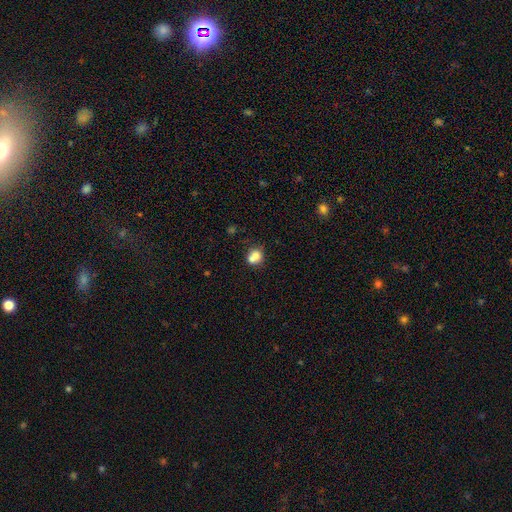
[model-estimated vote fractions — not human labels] A smooth galaxy with no disk features (74%) that is round (68%).

Vote fractions:
- Smooth or featured? smooth: 74% / featured or disk: 15% / star or artifact: 11%
- How rounded? round: 68% / in between: 31% / cigar-shaped: 1%
- Merging? merger: 47% / none: 38% / minor disturbance: 11% / major disturbance: 4%